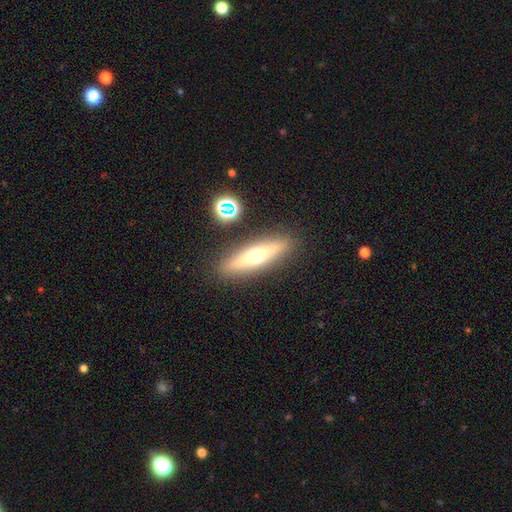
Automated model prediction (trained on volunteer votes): smooth-or-featured: featured or disk: 51% | smooth: 40% | star or artifact: 8%
  disk-edge-on: yes: 89% | no: 11%
  merging: none: 88% | minor disturbance: 8% | merger: 3% | major disturbance: 2%